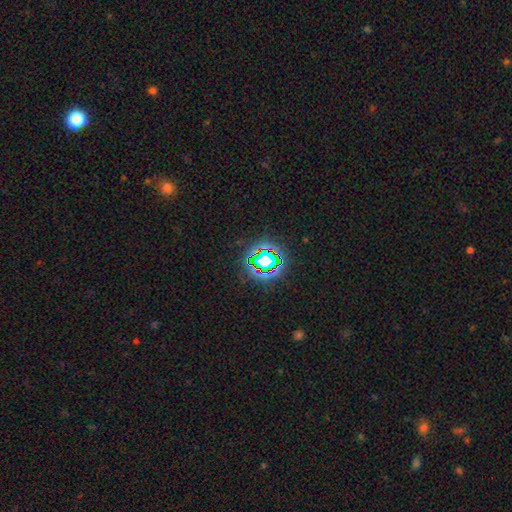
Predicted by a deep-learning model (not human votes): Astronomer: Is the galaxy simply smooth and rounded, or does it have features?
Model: star or artifact — 78%.